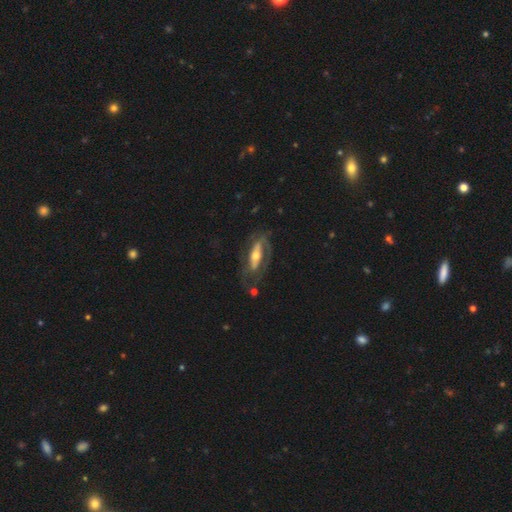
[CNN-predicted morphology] Smooth or featured: featured or disk — 72% (smooth — 23%)
Edge-on disk: no — 79% (yes — 21%)
Bar: strong — 41% (no — 37%)
Spiral arms: yes — 66% (no — 34%)
Bulge size: moderate — 61% (small — 26%)
Merging: none — 53% (major disturbance — 23%)